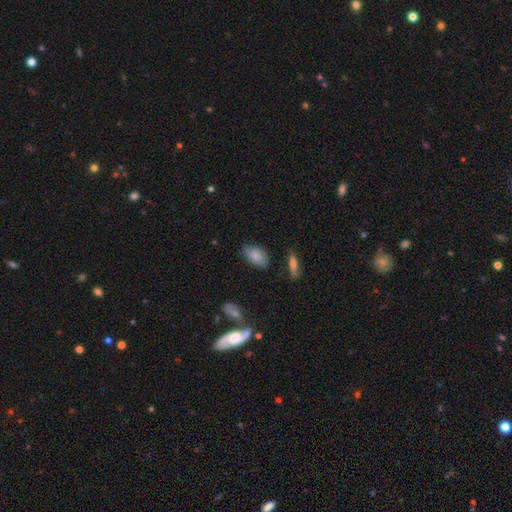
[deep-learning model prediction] Smooth or featured?
  - smooth: 82% *
  - featured or disk: 10%
  - star or artifact: 8%
How rounded?
  - in between: 91% *
  - round: 6%
  - cigar-shaped: 4%
Merging?
  - none: 67% *
  - minor disturbance: 25%
  - major disturbance: 5%
  - merger: 3%